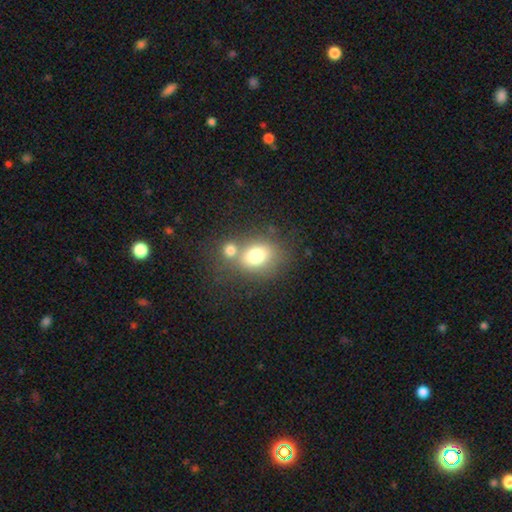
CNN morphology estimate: A smooth galaxy with no disk features (74%) that is in between round and cigar-shaped (50%). Merging: none (44%).